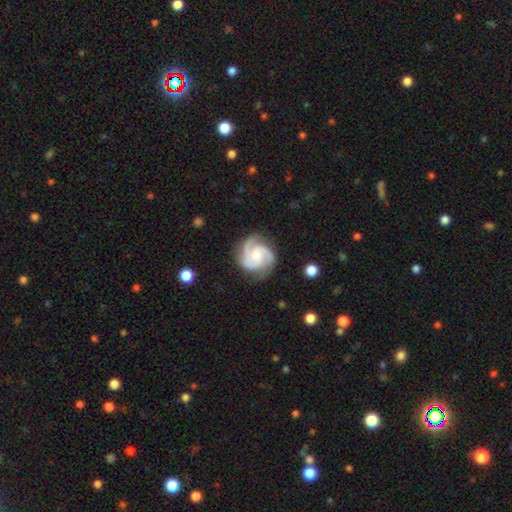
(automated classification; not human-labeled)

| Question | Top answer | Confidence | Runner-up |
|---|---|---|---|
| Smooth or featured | featured or disk | 90% | smooth (6%) |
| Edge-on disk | no | 98% | yes (2%) |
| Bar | no | 60% | weak (33%) |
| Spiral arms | yes | 98% | no (2%) |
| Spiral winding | tight | 47% | tied: medium (47%) |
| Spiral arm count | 3 | 47% | 2 (41%) |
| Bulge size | small | 48% | moderate (44%) |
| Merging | none | 79% | minor disturbance (15%) |